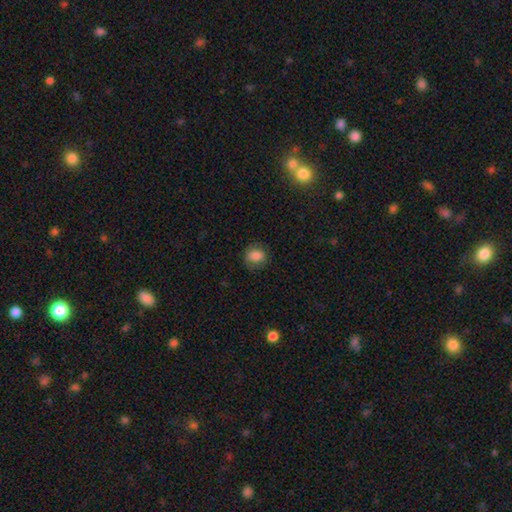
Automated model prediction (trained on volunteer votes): This appears to be a smooth galaxy with no disk features (83%) that is round (66%). Merging: none (77%).